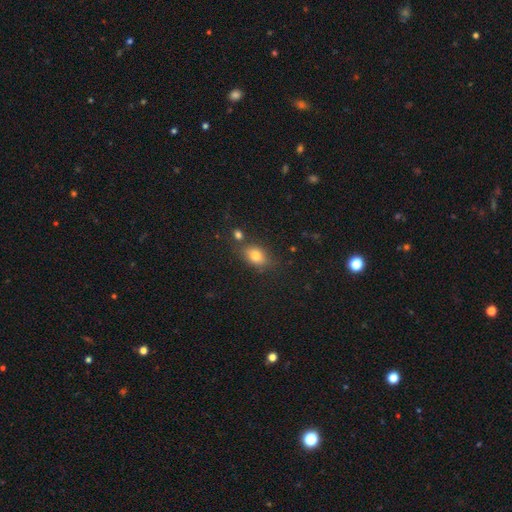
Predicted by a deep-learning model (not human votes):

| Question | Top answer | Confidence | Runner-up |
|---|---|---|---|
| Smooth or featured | smooth | 77% | star or artifact (12%) |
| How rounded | in between | 74% | round (24%) |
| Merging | none | 70% | minor disturbance (15%) |